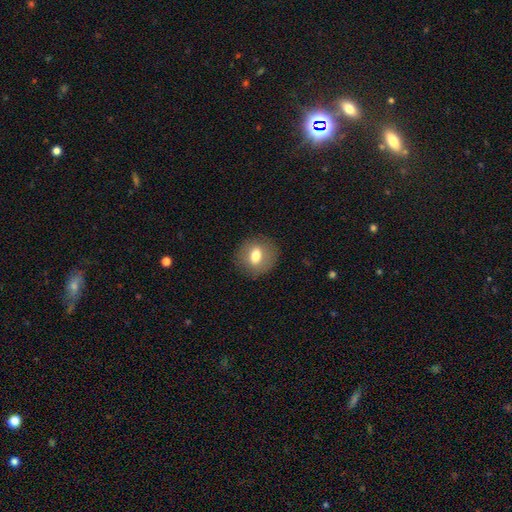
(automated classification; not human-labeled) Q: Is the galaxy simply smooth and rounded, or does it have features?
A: smooth — 70%.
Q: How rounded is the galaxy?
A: round — 61%.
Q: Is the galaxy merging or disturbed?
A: none — 85%.